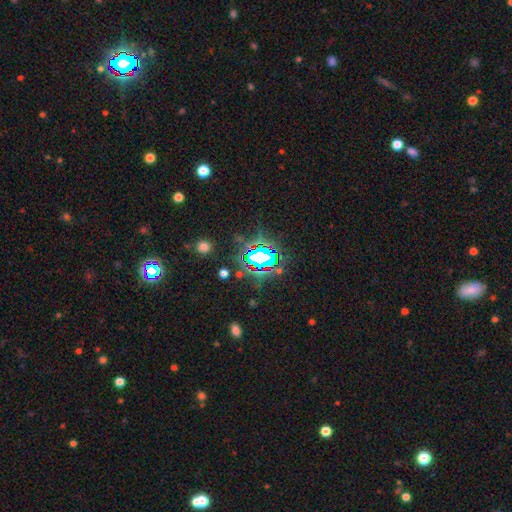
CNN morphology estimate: smooth_or_featured: star or artifact (p=0.71) [alt: smooth p=0.16]